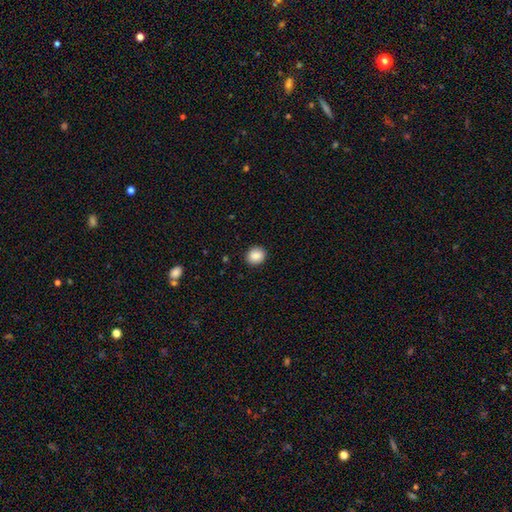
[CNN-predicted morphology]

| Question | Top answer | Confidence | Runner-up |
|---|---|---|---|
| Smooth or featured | smooth | 87% | star or artifact (8%) |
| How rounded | round | 80% | in between (19%) |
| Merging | none | 91% | minor disturbance (6%) |